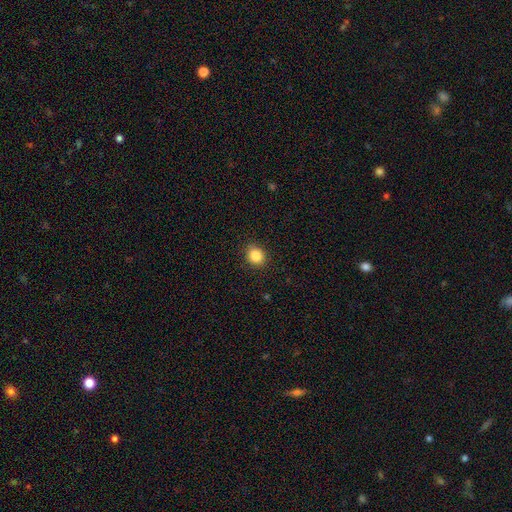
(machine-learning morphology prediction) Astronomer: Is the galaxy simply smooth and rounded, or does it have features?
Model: smooth — 86%.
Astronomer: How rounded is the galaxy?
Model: round — 74%.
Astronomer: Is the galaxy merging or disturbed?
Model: none — 89%.